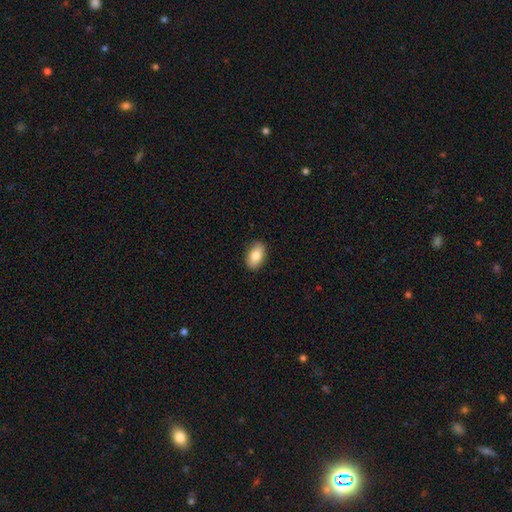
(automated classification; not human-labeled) This is clearly a smooth galaxy (81%). How rounded: clearly in between (90%). Merging: clearly none (88%).